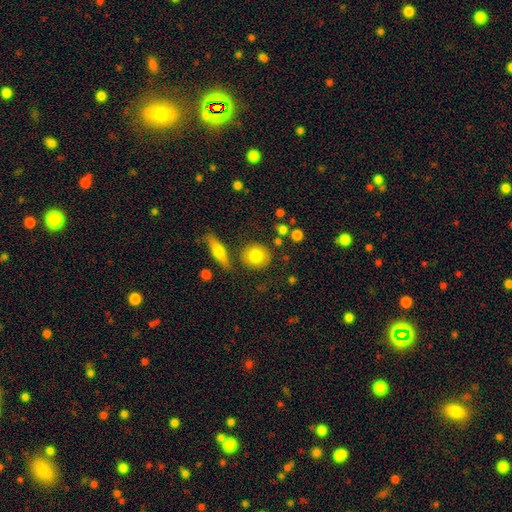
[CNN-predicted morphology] Q: Smooth or featured?
A: smooth (79%); runner-up: featured or disk (13%)
Q: How rounded?
A: round (80%); runner-up: in between (17%)
Q: Merging?
A: none (80%); runner-up: minor disturbance (11%)